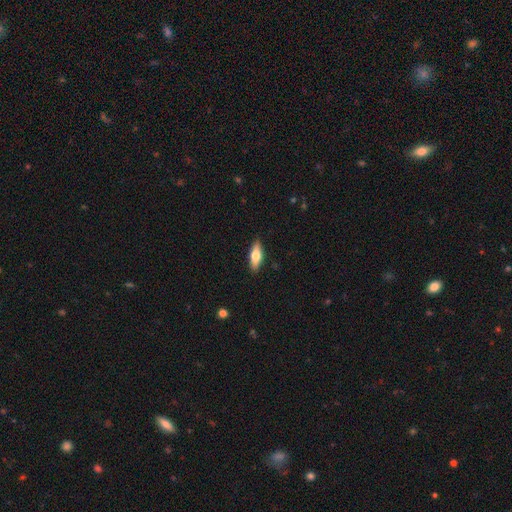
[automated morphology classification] smooth-or-featured: smooth: 62% | featured or disk: 32% | star or artifact: 6%
  how-rounded: in between: 65% | cigar-shaped: 32% | round: 3%
  merging: none: 88% | minor disturbance: 9% | major disturbance: 2% | merger: 1%